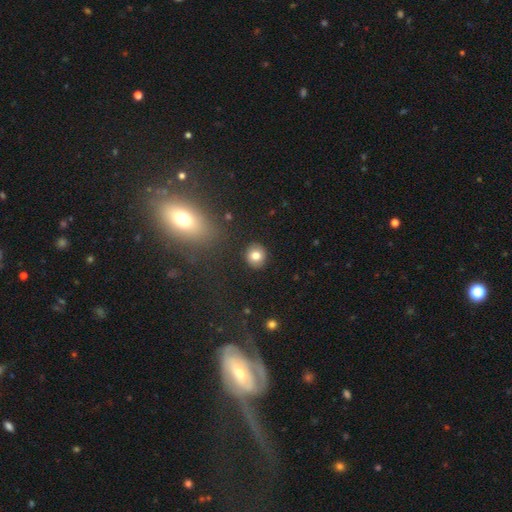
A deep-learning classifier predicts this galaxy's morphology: Q: Smooth or featured?
A: smooth (80%); runner-up: star or artifact (10%)
Q: How rounded?
A: round (88%); runner-up: in between (11%)
Q: Merging?
A: none (91%); runner-up: minor disturbance (6%)